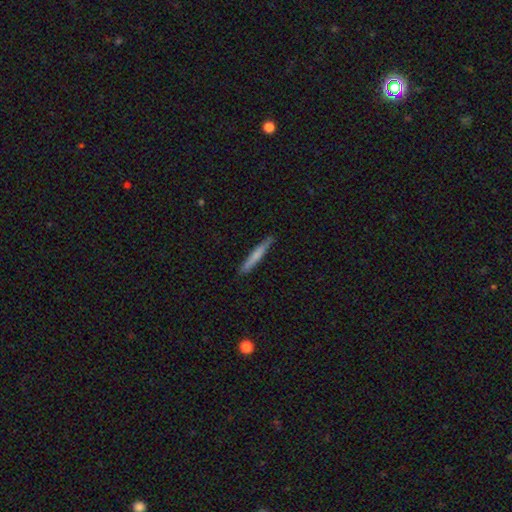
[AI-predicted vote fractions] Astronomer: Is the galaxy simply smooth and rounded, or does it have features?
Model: smooth — 66%.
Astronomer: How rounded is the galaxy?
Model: cigar-shaped — 96%.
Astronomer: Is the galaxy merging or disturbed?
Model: none — 88%.